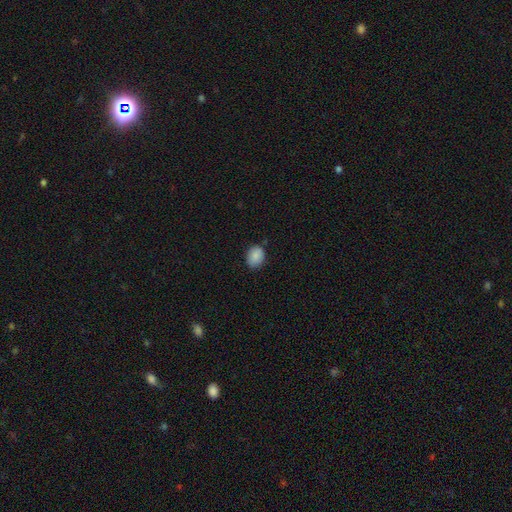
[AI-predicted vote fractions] Smooth or featured? Predicted: smooth (p=0.87). How rounded? Predicted: in between (p=0.61). Merging? Predicted: none (p=0.80).